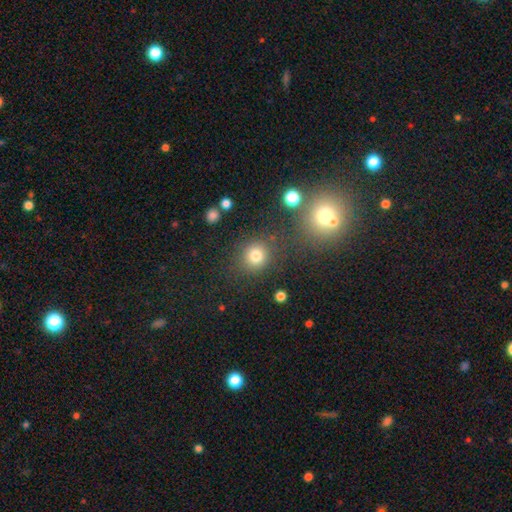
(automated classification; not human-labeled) Overall: smooth (77%). How rounded: round (86%). Merging: none (80%).